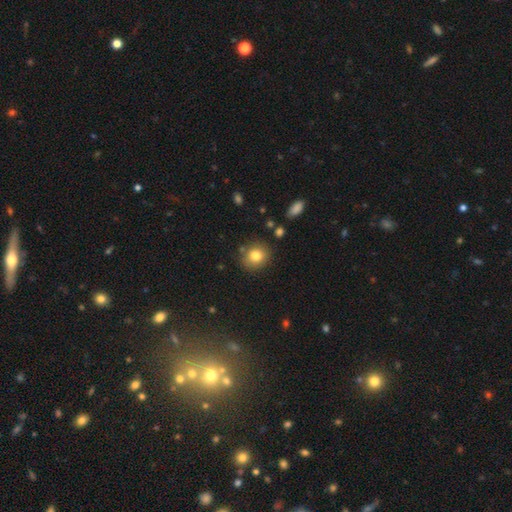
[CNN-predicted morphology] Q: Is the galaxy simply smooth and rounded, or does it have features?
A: smooth — 80%.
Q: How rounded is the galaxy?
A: round — 78%.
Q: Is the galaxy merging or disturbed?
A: none — 83%.